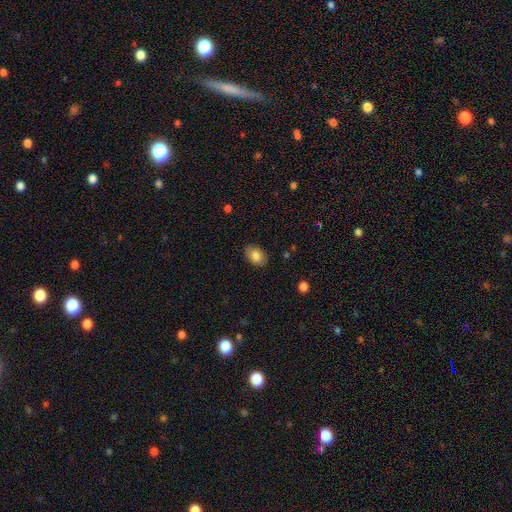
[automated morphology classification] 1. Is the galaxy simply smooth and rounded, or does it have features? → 82% smooth, 11% featured or disk, 7% star or artifact.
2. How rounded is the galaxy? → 82% in between, 17% round, 1% cigar-shaped.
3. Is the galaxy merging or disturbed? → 85% none, 11% minor disturbance, 3% major disturbance, 1% merger.